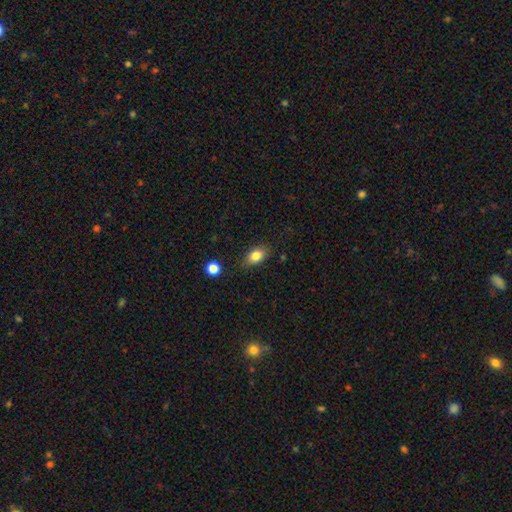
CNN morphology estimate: A smooth galaxy with no disk features (83%) that is in between round and cigar-shaped (79%).

Vote fractions:
- Smooth or featured? smooth: 83% / star or artifact: 9% / featured or disk: 8%
- How rounded? in between: 79% / round: 18% / cigar-shaped: 3%
- Merging? none: 82% / minor disturbance: 13% / major disturbance: 3% / merger: 2%